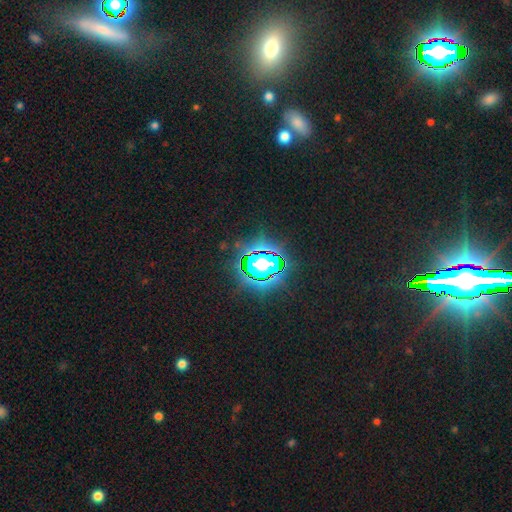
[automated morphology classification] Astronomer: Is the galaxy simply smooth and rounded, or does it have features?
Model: star or artifact — 82%.